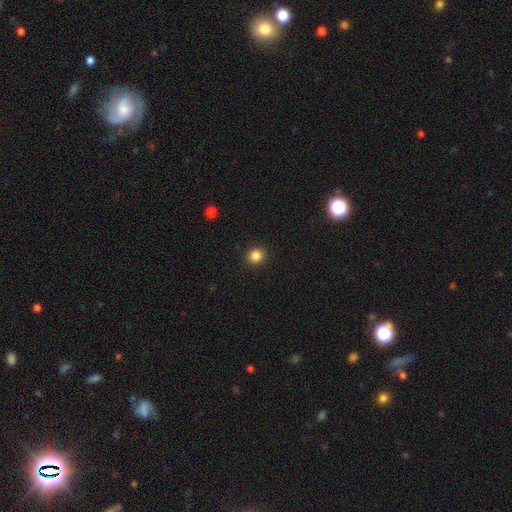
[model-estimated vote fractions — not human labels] Smooth or featured?
  - smooth: 85% *
  - star or artifact: 11%
  - featured or disk: 4%
How rounded?
  - round: 89% *
  - in between: 10%
  - cigar-shaped: 1%
Merging?
  - none: 91% *
  - minor disturbance: 6%
  - major disturbance: 2%
  - merger: 1%